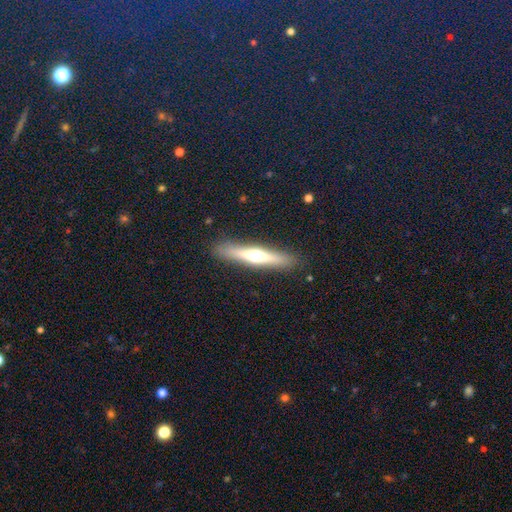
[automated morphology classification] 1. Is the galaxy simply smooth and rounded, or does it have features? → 54% featured or disk, 41% smooth, 6% star or artifact.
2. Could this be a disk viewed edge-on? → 94% yes, 6% no.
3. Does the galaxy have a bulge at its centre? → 87% rounded, 9% none, 4% boxy.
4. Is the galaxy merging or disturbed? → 90% none, 8% minor disturbance, 2% major disturbance, 1% merger.